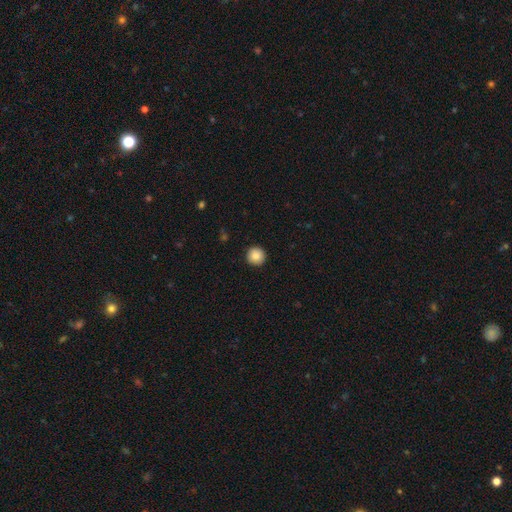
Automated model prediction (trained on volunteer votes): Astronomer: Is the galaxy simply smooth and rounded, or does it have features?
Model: smooth — 88%.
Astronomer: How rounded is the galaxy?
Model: round — 96%.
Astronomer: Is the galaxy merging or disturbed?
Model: none — 92%.